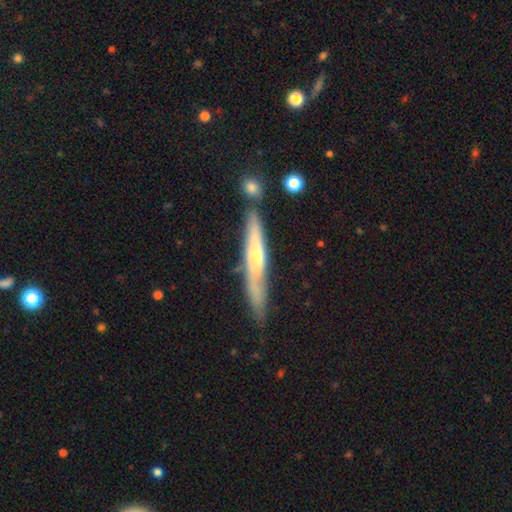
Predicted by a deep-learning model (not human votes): Smooth or featured: featured or disk — 63% (smooth — 31%)
Edge-on disk: yes — 84% (no — 16%)
Edge-on bulge: rounded — 63% (none — 33%)
Merging: none — 73% (minor disturbance — 17%)